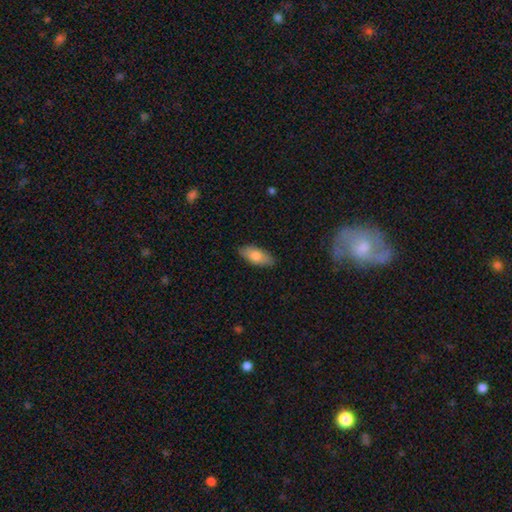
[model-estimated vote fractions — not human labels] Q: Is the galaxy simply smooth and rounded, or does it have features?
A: smooth — 78%.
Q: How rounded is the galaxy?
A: in between — 85%.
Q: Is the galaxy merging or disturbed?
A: none — 87%.